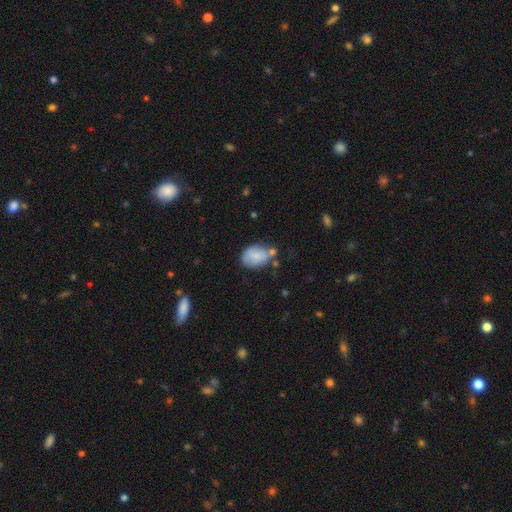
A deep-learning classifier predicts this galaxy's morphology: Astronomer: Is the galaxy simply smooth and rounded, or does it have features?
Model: smooth — 76%.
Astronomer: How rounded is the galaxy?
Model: in between — 76%.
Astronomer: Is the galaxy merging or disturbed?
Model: none — 50% (runner-up: minor disturbance, 26%).